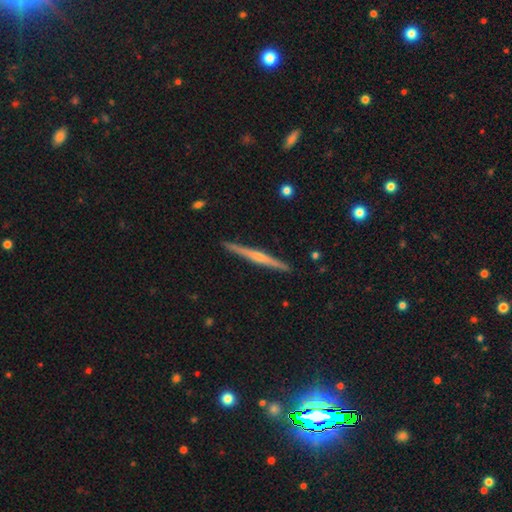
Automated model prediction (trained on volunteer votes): This is likely a featured or disk galaxy (73%). It is clearly viewed edge-on (98%). Edge-on bulge: likely rounded (64%). Merging: clearly none (92%).